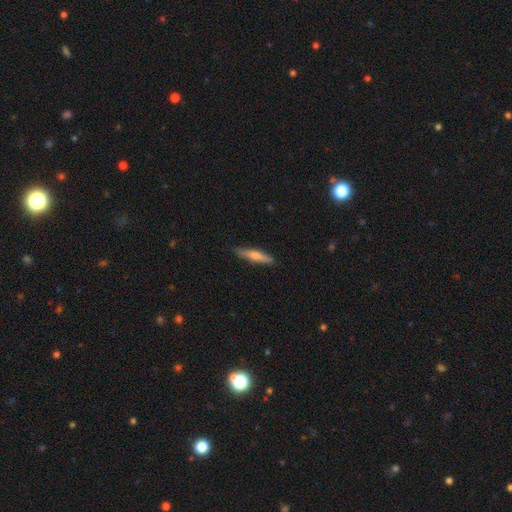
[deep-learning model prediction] A smooth galaxy with no disk features (62%) that is cigar-shaped (88%).

Vote fractions:
- Smooth or featured? smooth: 62% / featured or disk: 32% / star or artifact: 6%
- How rounded? cigar-shaped: 88% / in between: 10% / round: 2%
- Merging? none: 86% / minor disturbance: 11% / major disturbance: 2% / merger: 1%